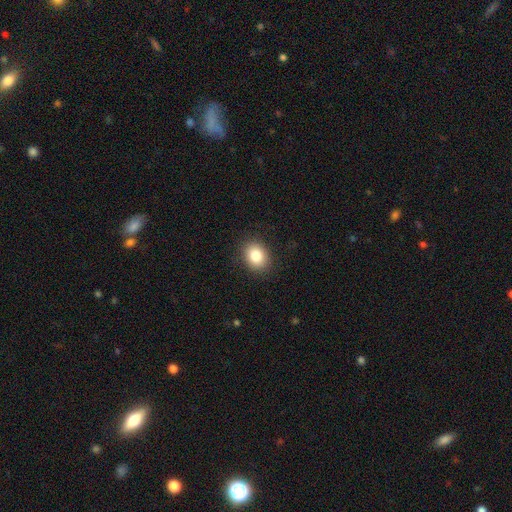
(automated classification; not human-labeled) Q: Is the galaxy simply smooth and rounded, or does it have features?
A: smooth — 85%.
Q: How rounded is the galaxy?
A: in between — 50%.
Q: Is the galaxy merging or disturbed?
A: none — 88%.